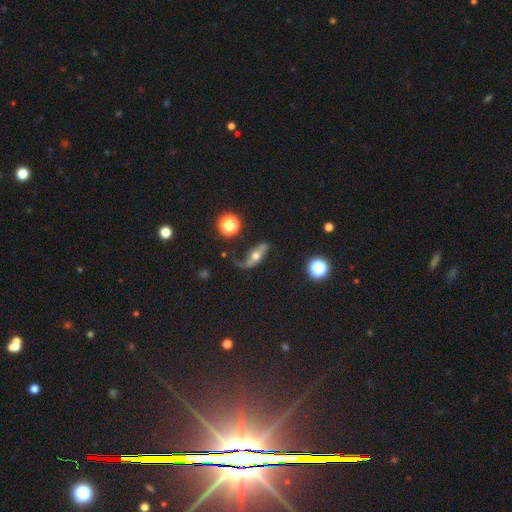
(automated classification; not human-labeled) This appears to be a featured or disk galaxy (68%). Merging: none (52%).